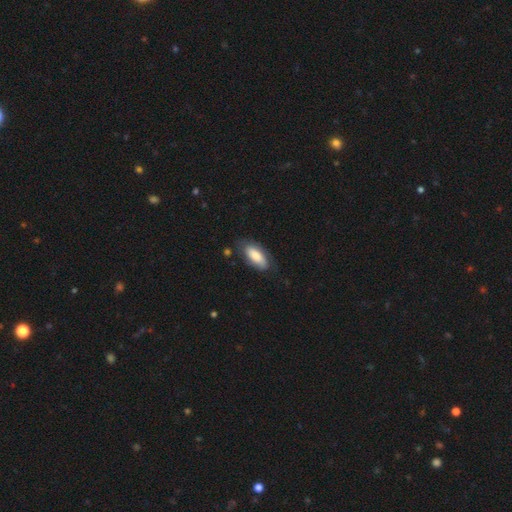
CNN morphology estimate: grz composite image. It shows a smooth galaxy with no disk features (76%) that is in between round and cigar-shaped (84%). Merging: none (69%).